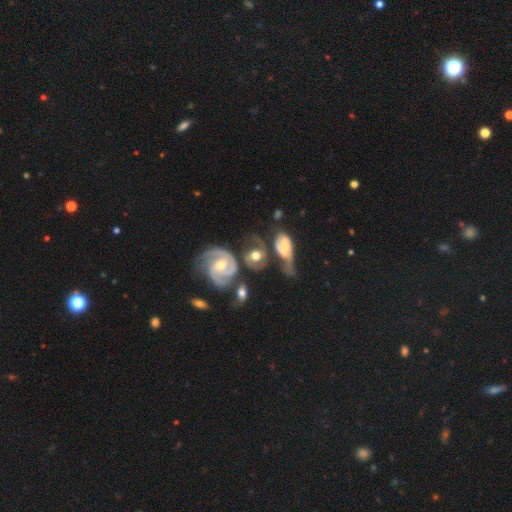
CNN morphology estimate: Smooth or featured: featured or disk — 64% (smooth — 28%)
Edge-on disk: no — 95% (yes — 5%)
Bar: no — 49% (weak — 35%)
Spiral arms: yes — 85% (no — 15%)
Spiral winding: medium — 43% (tight — 32%)
Spiral arm count: 2 — 72% (can't tell — 12%)
Bulge size: moderate — 58% (small — 24%)
Merging: merger — 35% (none — 29%)